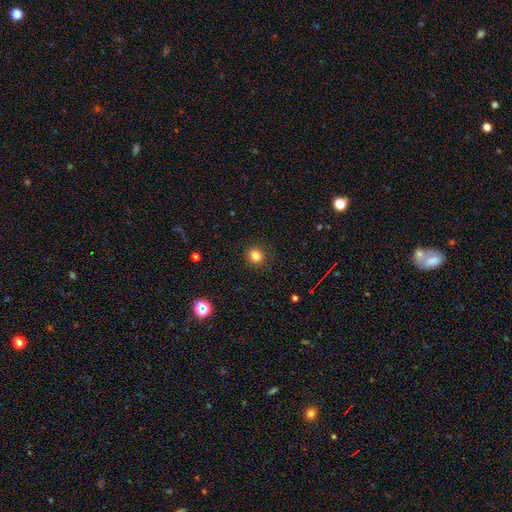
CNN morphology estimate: Smooth or featured? smooth (82%)
How rounded? round (88%)
Merging? none (90%)